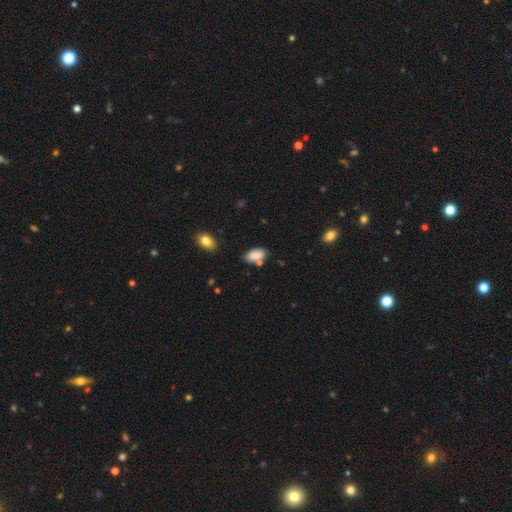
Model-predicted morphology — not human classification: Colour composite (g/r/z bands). It shows a smooth galaxy with no disk features (86%) that is in between round and cigar-shaped (94%). Merging: none (66%).